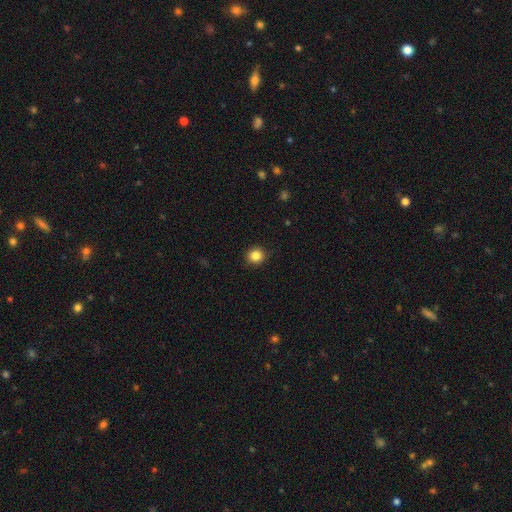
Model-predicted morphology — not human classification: Smooth or featured? smooth (85%)
How rounded? round (90%)
Merging? none (92%)